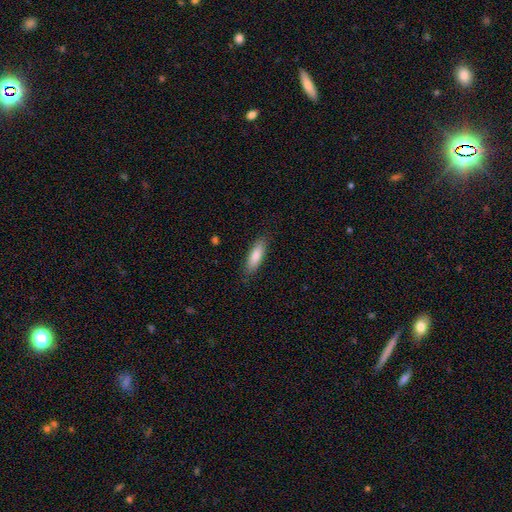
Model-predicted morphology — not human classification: Overall: smooth (82%). How rounded: in between (50%; cigar-shaped 48%). Merging: none (85%).